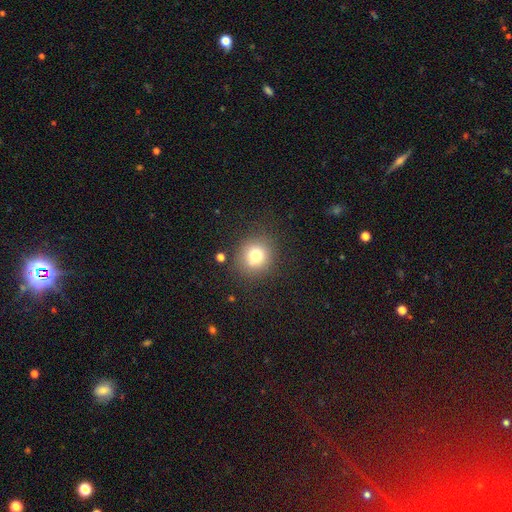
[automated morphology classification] Q: Smooth or featured?
A: smooth (76%); runner-up: star or artifact (14%)
Q: How rounded?
A: round (87%); runner-up: in between (12%)
Q: Merging?
A: none (83%); runner-up: minor disturbance (10%)